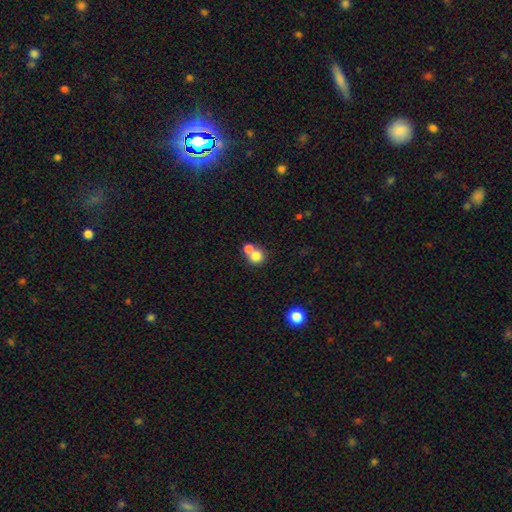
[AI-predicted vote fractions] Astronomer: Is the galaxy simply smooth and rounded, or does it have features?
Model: smooth — 78%.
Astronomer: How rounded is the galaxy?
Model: round — 85%.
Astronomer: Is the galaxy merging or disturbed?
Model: merger — 50% (runner-up: none, 41%).